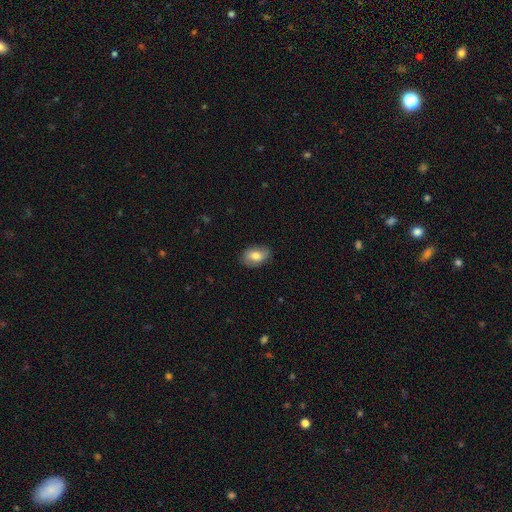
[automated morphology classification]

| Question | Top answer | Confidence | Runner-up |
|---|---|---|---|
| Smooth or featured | smooth | 76% | featured or disk (17%) |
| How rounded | in between | 87% | round (11%) |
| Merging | none | 84% | minor disturbance (12%) |